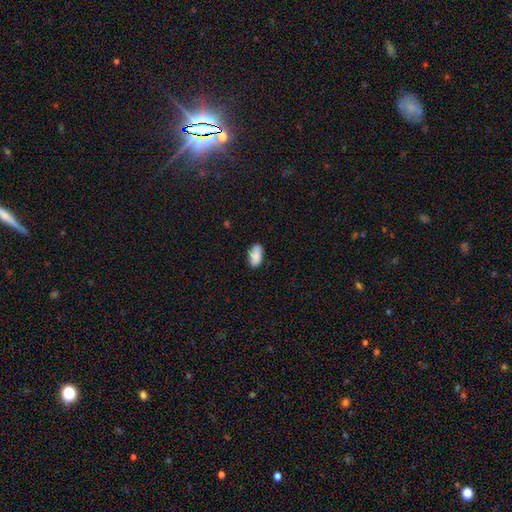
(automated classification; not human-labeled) Smooth or featured: smooth — 88% (star or artifact — 7%)
How rounded: in between — 93% (cigar-shaped — 4%)
Merging: none — 85% (minor disturbance — 12%)